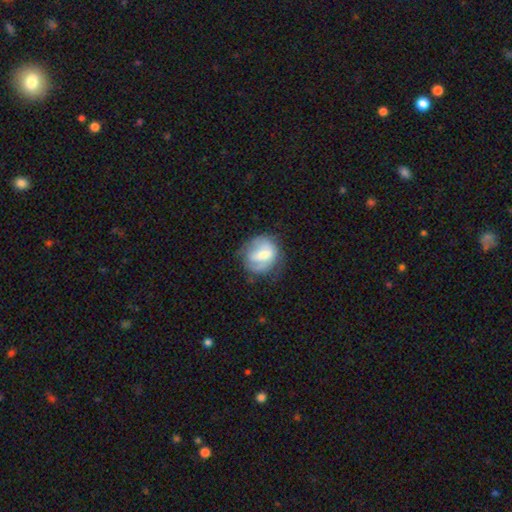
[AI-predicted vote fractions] smooth_or_featured: featured or disk (p=0.46) [tied with: smooth p=0.46]
merging: none (p=0.57) [alt: minor disturbance p=0.27]